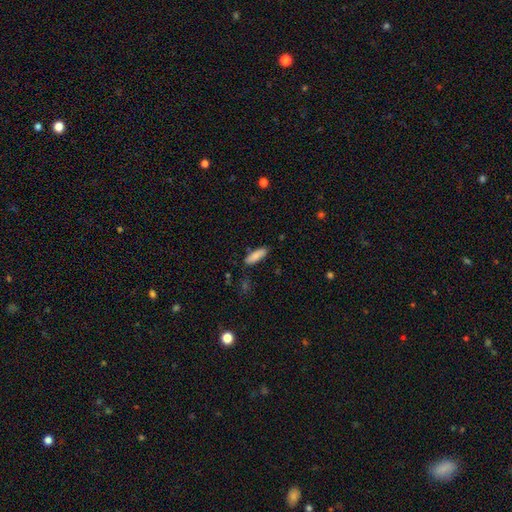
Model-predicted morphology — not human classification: Overall: smooth (85%). How rounded: in between (55%; cigar-shaped 43%). Merging: none (83%).